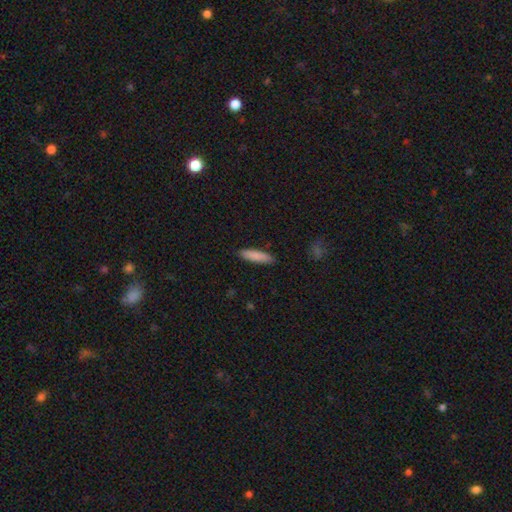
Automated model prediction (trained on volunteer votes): Smooth or featured: smooth — 86% (featured or disk — 8%)
How rounded: cigar-shaped — 72% (in between — 27%)
Merging: none — 88% (minor disturbance — 9%)